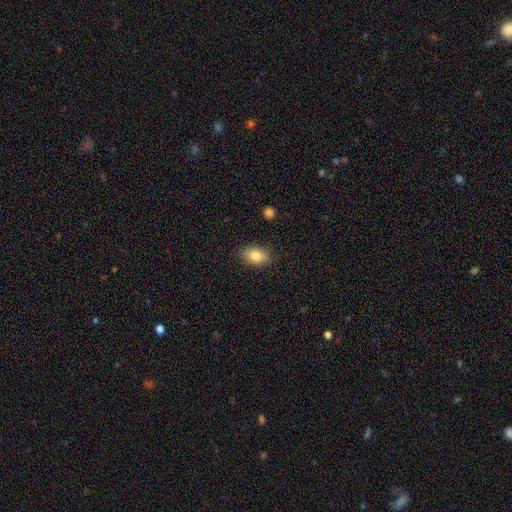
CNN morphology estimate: A smooth galaxy with no disk features (83%) that is in between round and cigar-shaped (88%). Merging: none (87%).